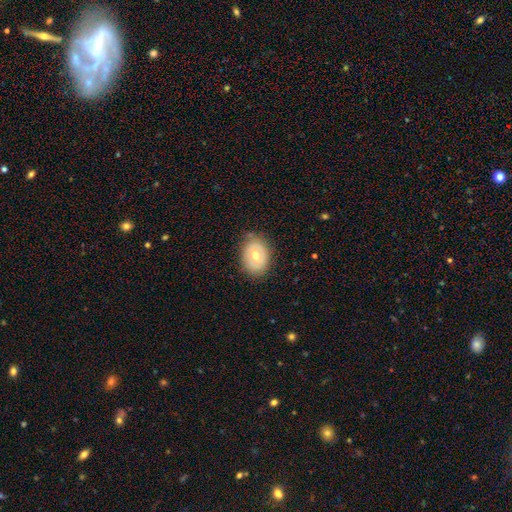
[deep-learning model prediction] A smooth galaxy with no disk features (48%). Merging: none (81%).